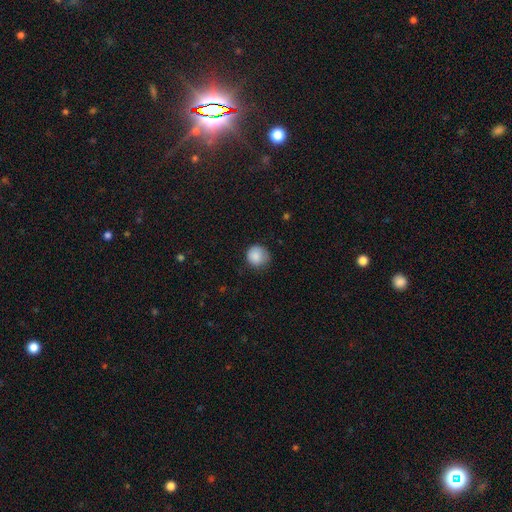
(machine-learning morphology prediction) The model was most divided on "merging": none: 72%, minor disturbance: 22%, major disturbance: 5%, merger: 1%. More confident: how rounded — round (90%); smooth or featured — smooth (87%).